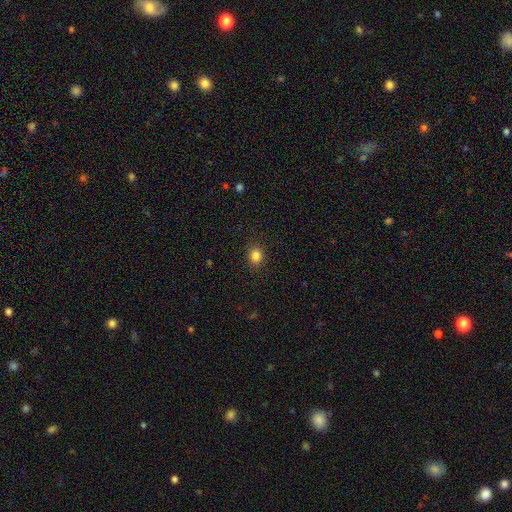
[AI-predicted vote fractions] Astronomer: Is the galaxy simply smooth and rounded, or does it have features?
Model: smooth — 84%.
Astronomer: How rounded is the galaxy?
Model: round — 60% (runner-up: in between, 39%).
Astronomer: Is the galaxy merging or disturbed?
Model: none — 89%.